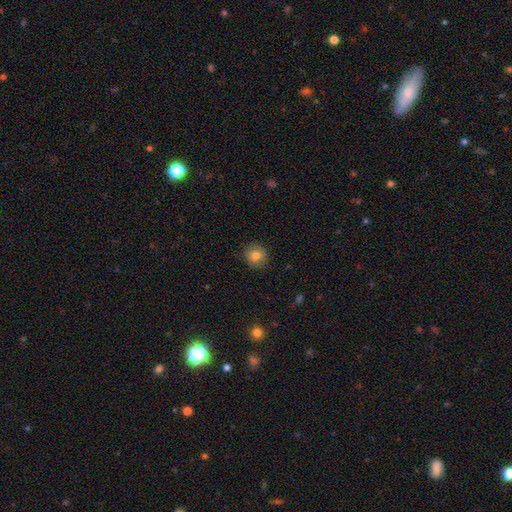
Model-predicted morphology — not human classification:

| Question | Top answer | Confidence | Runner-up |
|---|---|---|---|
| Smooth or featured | smooth | 80% | featured or disk (10%) |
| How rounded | round | 85% | in between (14%) |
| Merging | none | 87% | minor disturbance (10%) |